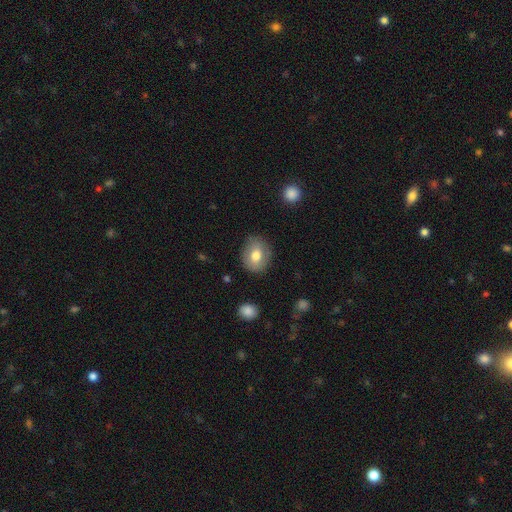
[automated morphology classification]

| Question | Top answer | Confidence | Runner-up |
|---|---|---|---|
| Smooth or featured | smooth | 71% | featured or disk (21%) |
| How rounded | round | 55% | in between (44%) |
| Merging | none | 79% | minor disturbance (15%) |